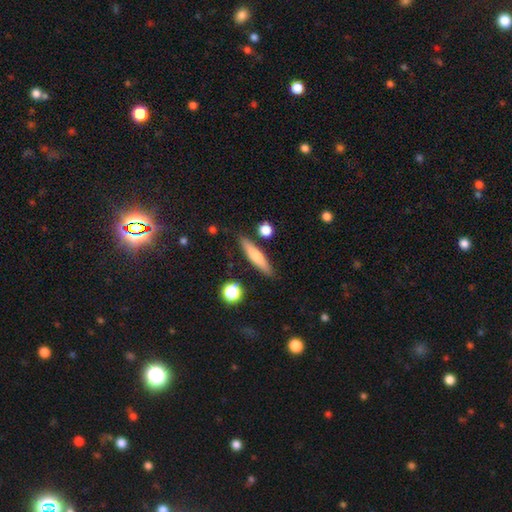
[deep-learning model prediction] smooth_or_featured: smooth (p=0.59) [alt: featured or disk p=0.33]
how_rounded: cigar-shaped (p=0.82) [alt: in between p=0.16]
merging: none (p=0.84) [alt: minor disturbance p=0.10]